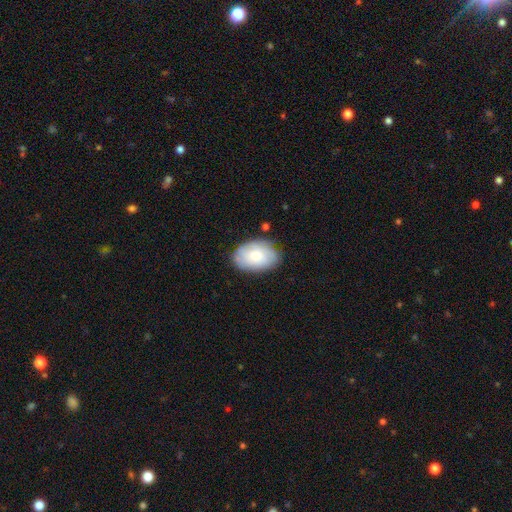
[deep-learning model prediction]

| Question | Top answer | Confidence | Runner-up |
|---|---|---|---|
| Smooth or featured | smooth | 72% | featured or disk (21%) |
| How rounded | in between | 87% | round (12%) |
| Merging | none | 78% | minor disturbance (17%) |